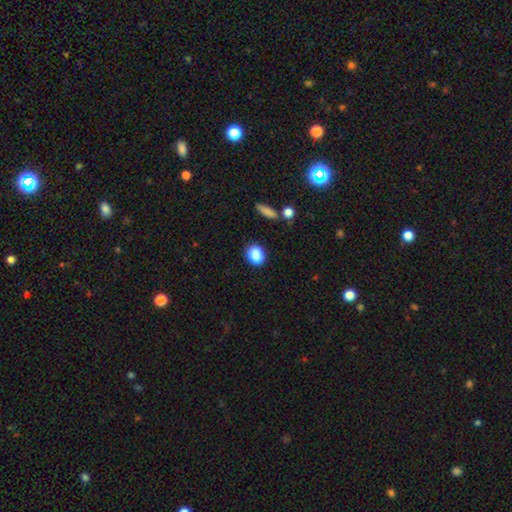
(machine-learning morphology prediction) Overall: smooth (87%). How rounded: in between (51%; round 47%). Merging: none (83%).